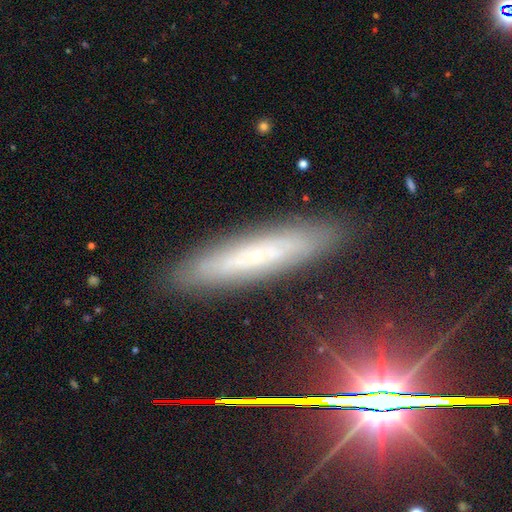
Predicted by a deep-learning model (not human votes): This is possibly a featured or disk galaxy (51%). It is likely viewed edge-on (62%). Merging: clearly none (86%).